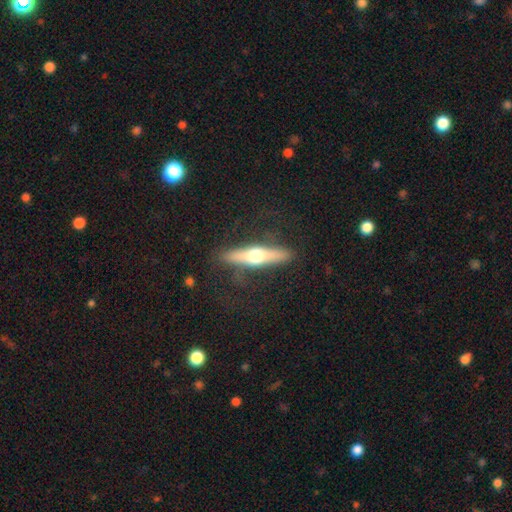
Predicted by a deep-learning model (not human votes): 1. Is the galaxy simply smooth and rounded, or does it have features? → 57% featured or disk, 37% smooth, 6% star or artifact.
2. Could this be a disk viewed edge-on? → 93% yes, 7% no.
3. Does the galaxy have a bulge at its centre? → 93% rounded, 3% boxy, 3% none.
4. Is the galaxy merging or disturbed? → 84% none, 11% minor disturbance, 4% major disturbance, 1% merger.